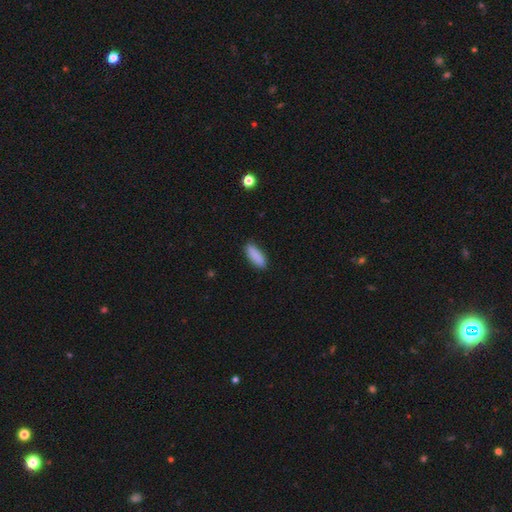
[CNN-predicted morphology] smooth_or_featured: smooth (p=0.89) [alt: star or artifact p=0.06]
how_rounded: in between (p=0.62) [alt: cigar-shaped p=0.36]
merging: none (p=0.86) [alt: minor disturbance p=0.10]